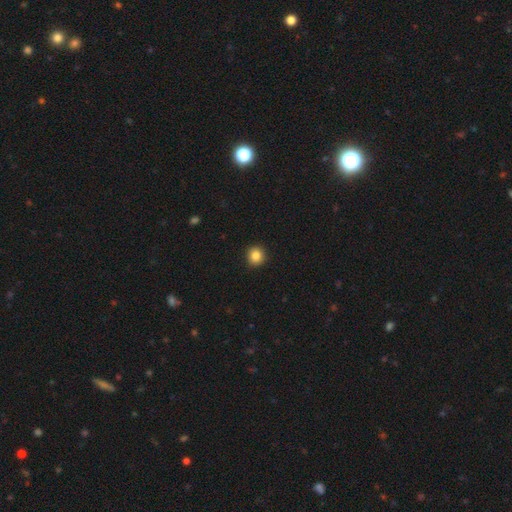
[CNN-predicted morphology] type=smooth (85%); roundness=round (91%); merging=none (92%).